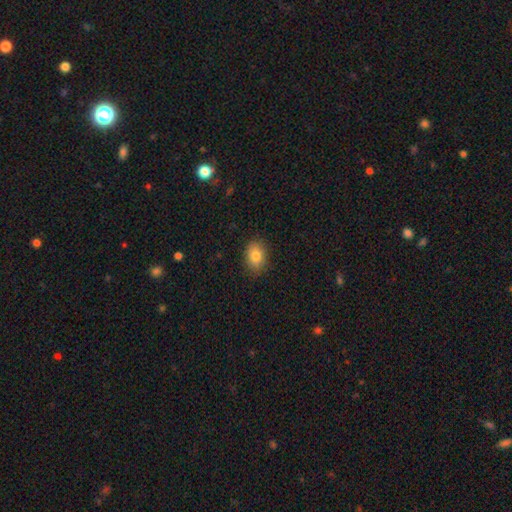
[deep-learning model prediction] A smooth galaxy with no disk features (82%) that is in between round and cigar-shaped (73%). Merging: none (86%).